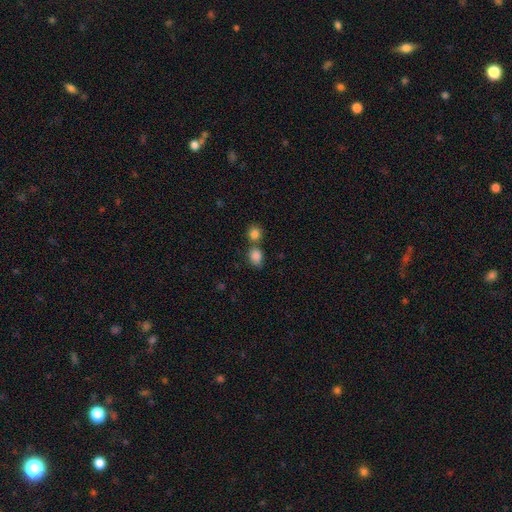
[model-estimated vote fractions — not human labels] smooth-or-featured: smooth: 84% | star or artifact: 10% | featured or disk: 5%
  how-rounded: in between: 55% | round: 44% | cigar-shaped: 2%
  merging: none: 49% | merger: 34% | minor disturbance: 12% | major disturbance: 5%